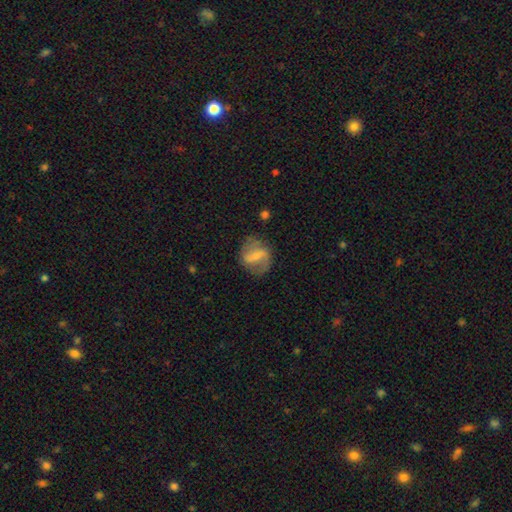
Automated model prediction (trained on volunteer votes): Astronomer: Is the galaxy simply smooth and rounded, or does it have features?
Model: featured or disk — 68%.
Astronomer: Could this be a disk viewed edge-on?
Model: no — 96%.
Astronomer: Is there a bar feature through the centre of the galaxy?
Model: strong — 45% (runner-up: weak, 41%).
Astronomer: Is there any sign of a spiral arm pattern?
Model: yes — 83%.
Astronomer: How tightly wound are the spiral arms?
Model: loose — 43% (runner-up: medium, 41%).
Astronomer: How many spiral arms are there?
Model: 2 — 84%.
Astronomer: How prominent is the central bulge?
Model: small — 52% (runner-up: moderate, 29%).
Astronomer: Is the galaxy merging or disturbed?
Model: none — 73%.